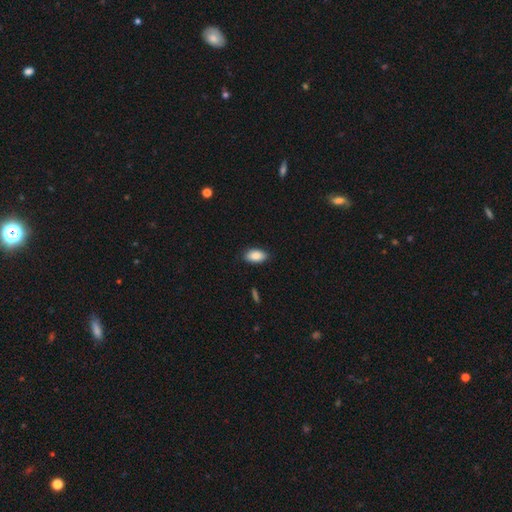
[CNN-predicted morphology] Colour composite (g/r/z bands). It shows a smooth galaxy with no disk features (88%) that is in between round and cigar-shaped (93%). Merging: none (87%).